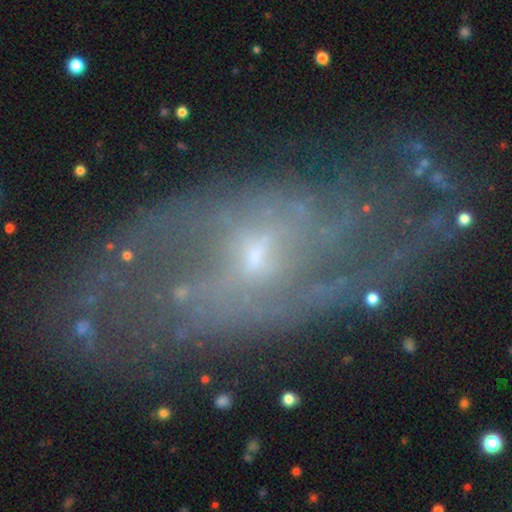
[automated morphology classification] Smooth or featured? Predicted: featured or disk (p=0.76). Edge-on disk? Predicted: no (p=0.93). Bar? Predicted: weak (p=0.44). Spiral arms? Predicted: yes (p=0.70). Bulge size? Predicted: small (p=0.70). Merging? Predicted: none (p=0.48).